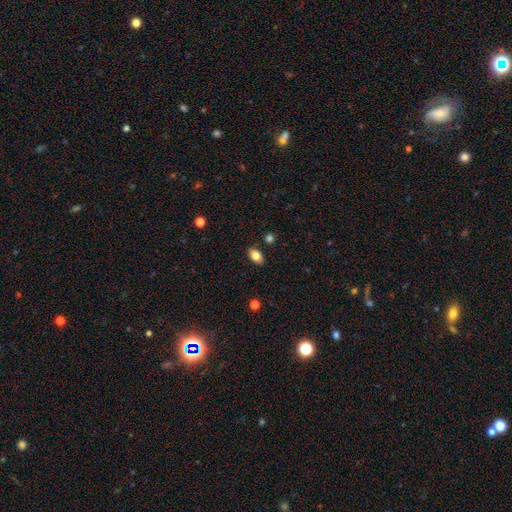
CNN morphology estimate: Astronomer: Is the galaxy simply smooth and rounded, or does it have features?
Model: smooth — 82%.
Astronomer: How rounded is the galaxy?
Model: in between — 89%.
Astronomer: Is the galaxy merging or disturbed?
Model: none — 86%.